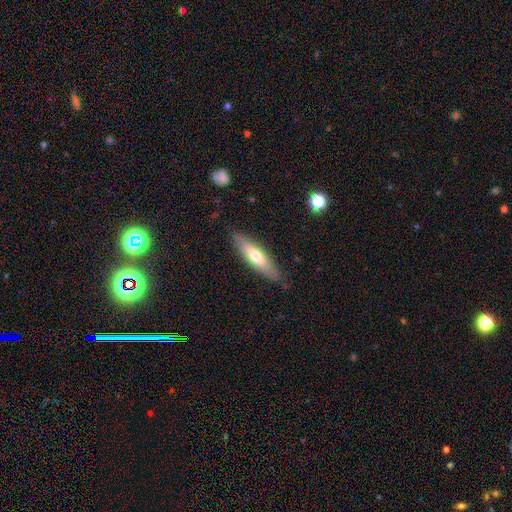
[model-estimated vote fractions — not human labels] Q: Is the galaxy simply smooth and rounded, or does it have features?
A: smooth — 58%.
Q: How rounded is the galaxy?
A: cigar-shaped — 69%.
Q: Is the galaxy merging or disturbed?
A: none — 85%.